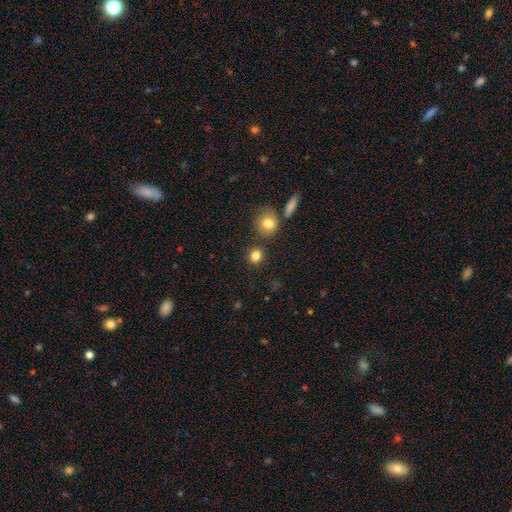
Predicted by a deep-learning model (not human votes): This is clearly a smooth galaxy (83%). How rounded: clearly round (81%). Merging: clearly none (81%).